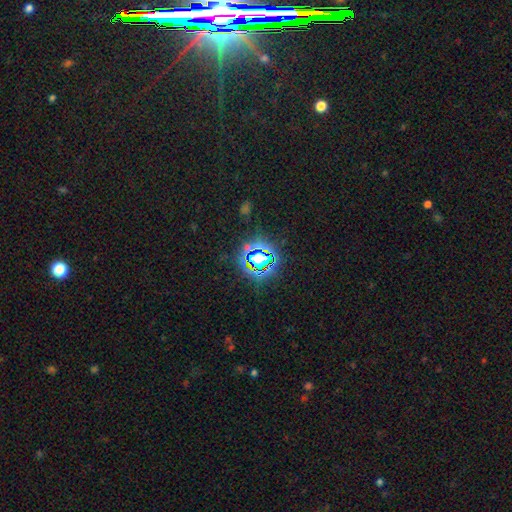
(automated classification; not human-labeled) This appears to be a star or artifact, not a galaxy (77%).